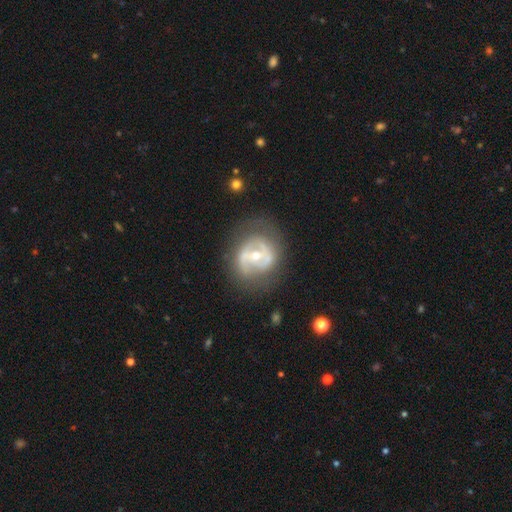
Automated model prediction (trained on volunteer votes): Morphology: type=featured or disk (77%); edge-on=no (96%); bar=weak (39%); spiral arms=yes (69%); winding=medium (42%); arm count=2 (62%); bulge=moderate (53%); merging=none (65%).